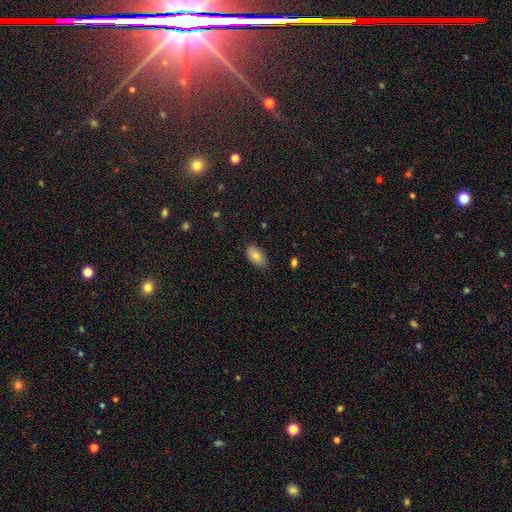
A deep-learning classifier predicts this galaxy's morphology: type=smooth (80%); roundness=in between (93%); merging=none (81%).